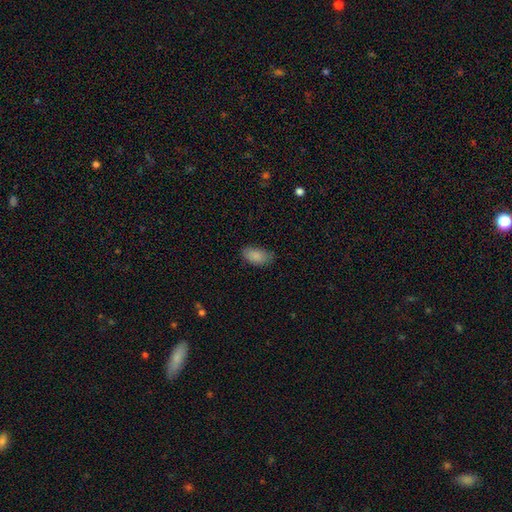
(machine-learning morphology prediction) smooth_or_featured: smooth (p=0.87) [alt: star or artifact p=0.07]
how_rounded: in between (p=0.94) [alt: round p=0.04]
merging: none (p=0.78) [alt: minor disturbance p=0.17]